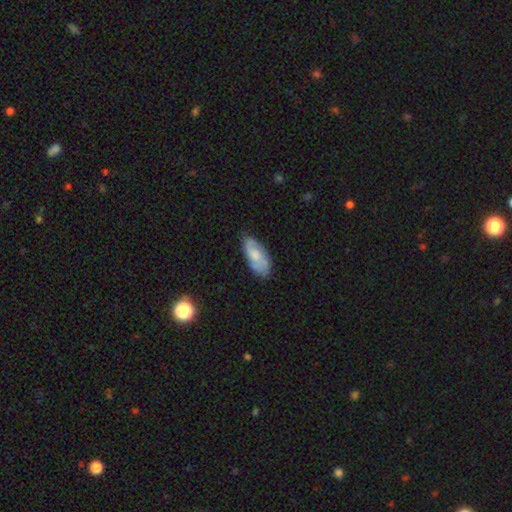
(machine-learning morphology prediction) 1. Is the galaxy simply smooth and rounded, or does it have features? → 56% smooth, 37% featured or disk, 7% star or artifact.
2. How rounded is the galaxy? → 87% in between, 11% cigar-shaped, 3% round.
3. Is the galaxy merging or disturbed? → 71% none, 22% minor disturbance, 5% major disturbance, 2% merger.